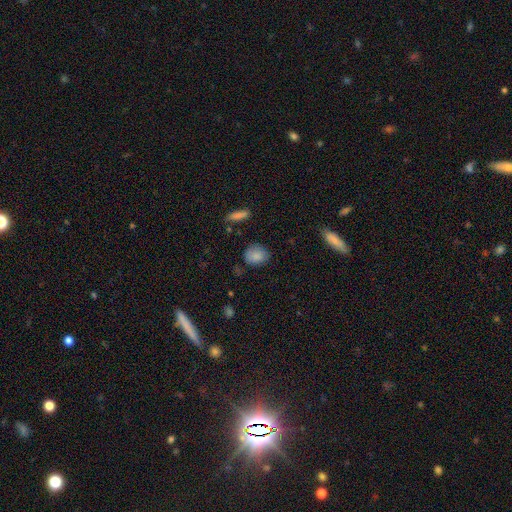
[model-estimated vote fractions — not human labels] This is clearly a smooth galaxy (85%). How rounded: possibly in between (50%). Merging: likely none (74%).